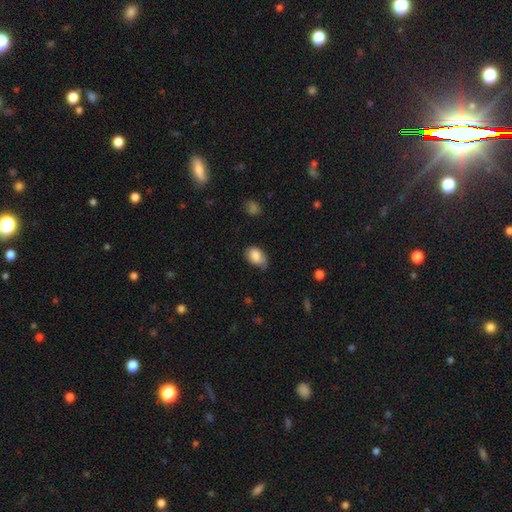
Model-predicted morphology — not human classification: Smooth or featured? Predicted: smooth (p=0.82). How rounded? Predicted: in between (p=0.86). Merging? Predicted: none (p=0.45).